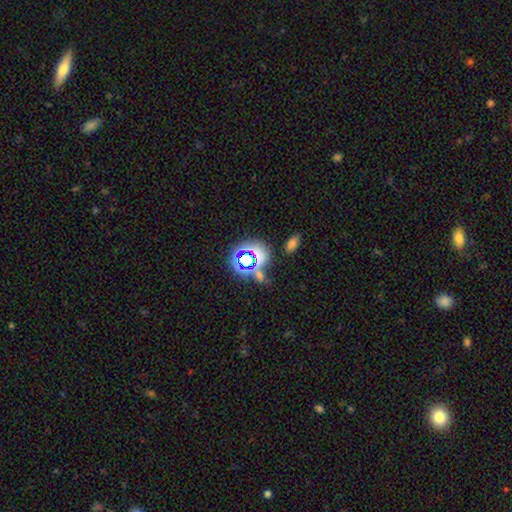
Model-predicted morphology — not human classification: smooth-or-featured: star or artifact: 56% | smooth: 32% | featured or disk: 12%